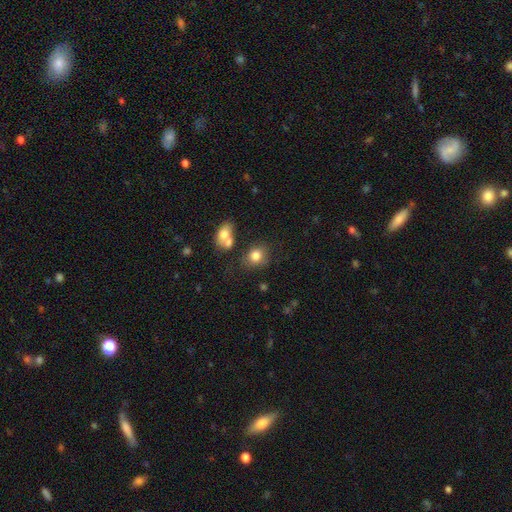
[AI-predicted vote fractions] Overall: smooth (80%). How rounded: round (59%; in between 40%). Merging: none (68%).